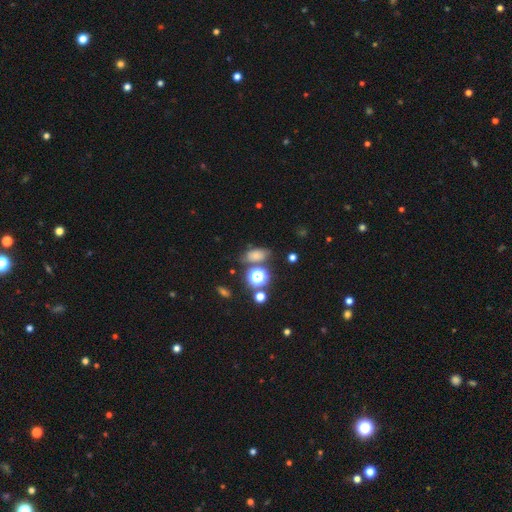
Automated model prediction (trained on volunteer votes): smooth_or_featured: smooth (p=0.63) [alt: star or artifact p=0.26]
how_rounded: in between (p=0.75) [alt: round p=0.22]
merging: none (p=0.66) [alt: minor disturbance p=0.17]